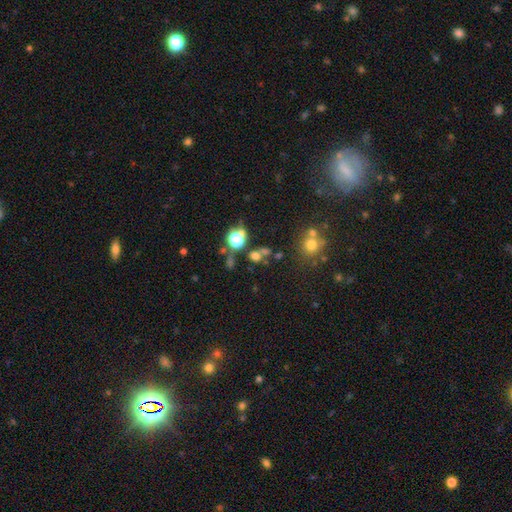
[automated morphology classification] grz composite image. It shows a smooth galaxy with no disk features (59%) that is round (75%). Merging: none (57%).